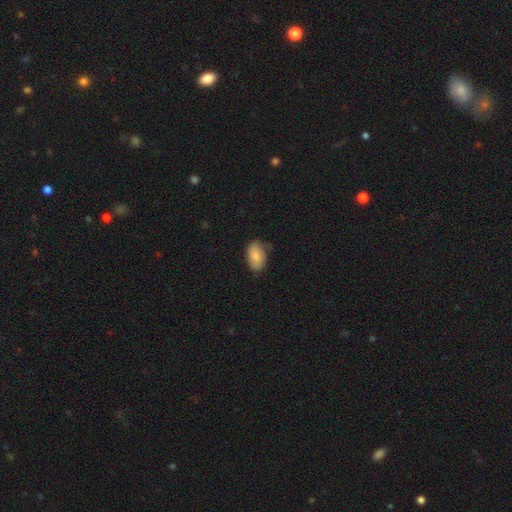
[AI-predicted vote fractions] Morphology: type=smooth (82%); roundness=in between (92%); merging=none (63%).